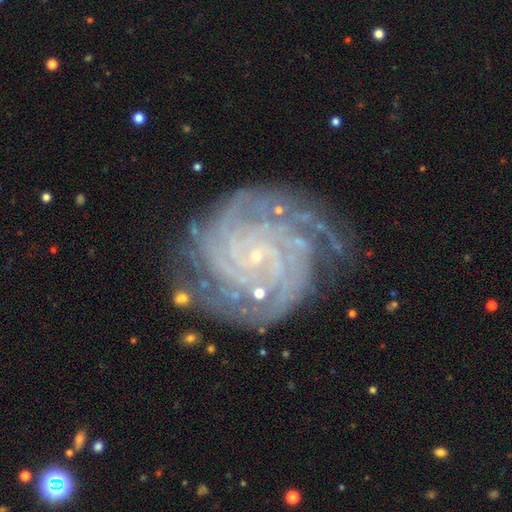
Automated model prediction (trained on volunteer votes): A featured or disk galaxy (90%) with no bar (69%), 4 (25%) tight (82%) spiral arms (98%) and a small central bulge (89%). Merging: none (73%).